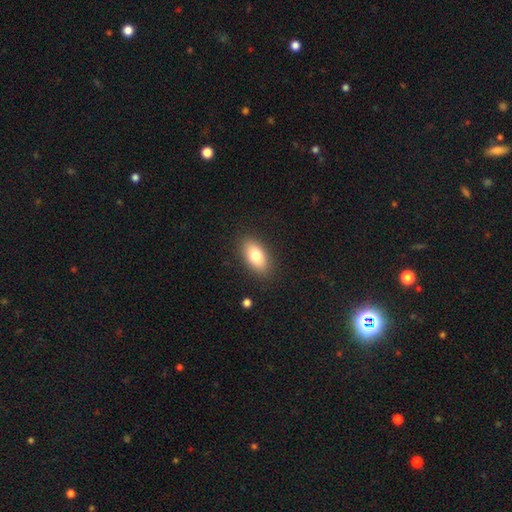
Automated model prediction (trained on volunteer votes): smooth 79%, featured or disk 14%, star or artifact 7%. Down the decision tree: how rounded — in between (91%); merging — none (87%).